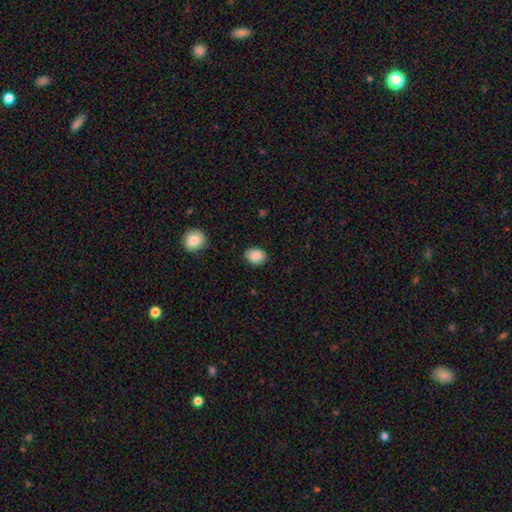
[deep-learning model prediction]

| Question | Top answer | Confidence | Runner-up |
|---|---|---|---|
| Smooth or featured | smooth | 88% | star or artifact (8%) |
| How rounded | in between | 53% | round (46%) |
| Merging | none | 84% | minor disturbance (12%) |